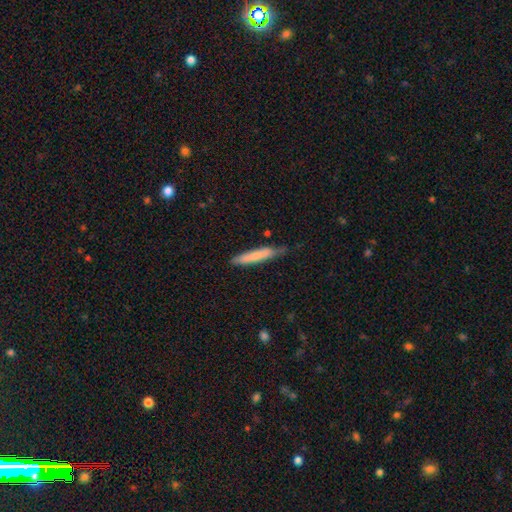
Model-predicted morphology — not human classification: Overall: smooth (72%). How rounded: cigar-shaped (93%). Merging: none (70%).